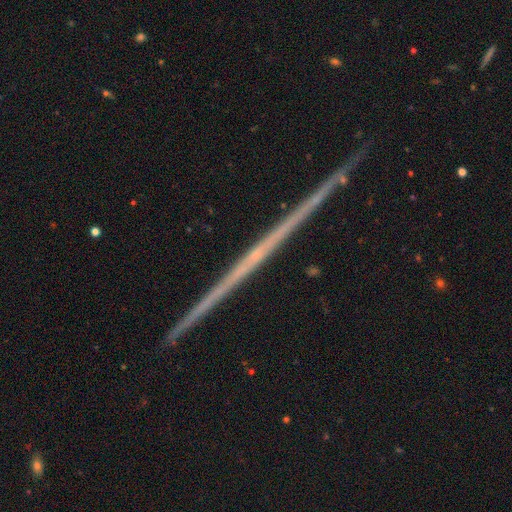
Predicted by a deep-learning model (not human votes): Smooth or featured? Predicted: featured or disk (p=0.67). Edge-on disk? Predicted: yes (p=0.97). Edge-on bulge? Predicted: none (p=0.90). Merging? Predicted: none (p=0.93).